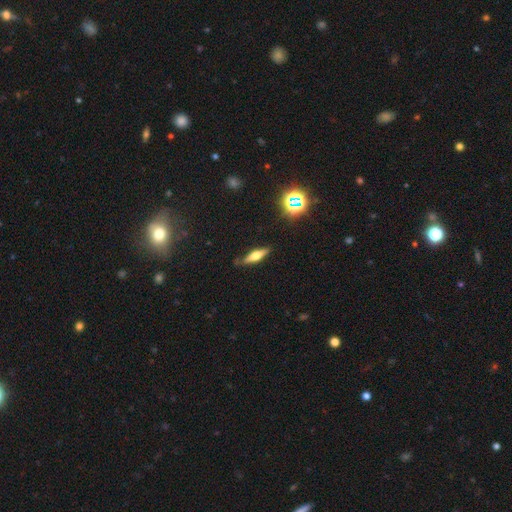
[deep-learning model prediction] Morphology: type=featured or disk (49%); merging=none (83%).